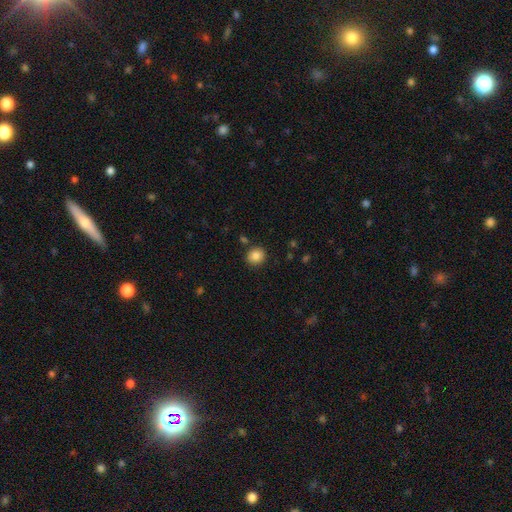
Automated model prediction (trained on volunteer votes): Smooth or featured? Predicted: smooth (p=0.85). How rounded? Predicted: round (p=0.81). Merging? Predicted: none (p=0.87).